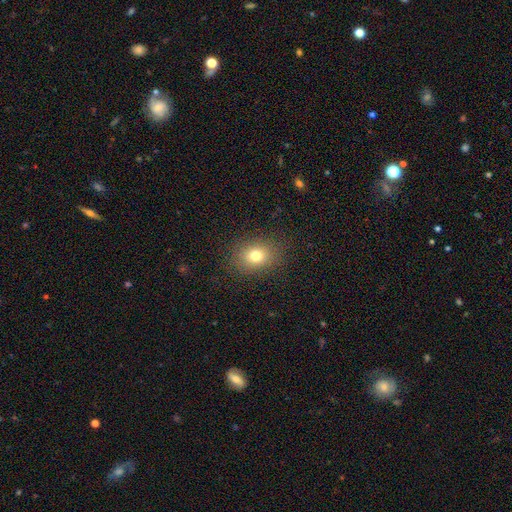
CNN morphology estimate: Q: Smooth or featured?
A: smooth (77%); runner-up: star or artifact (13%)
Q: How rounded?
A: in between (51%); runner-up: round (48%)
Q: Merging?
A: none (86%); runner-up: minor disturbance (9%)